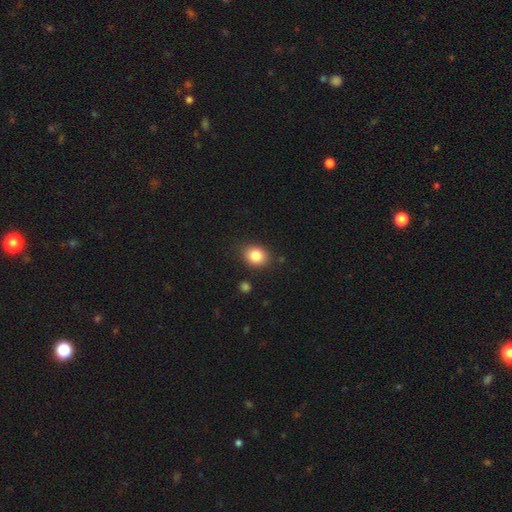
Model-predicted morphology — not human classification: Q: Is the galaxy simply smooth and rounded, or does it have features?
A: smooth — 84%.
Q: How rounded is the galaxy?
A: round — 52%.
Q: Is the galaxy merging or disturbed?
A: none — 84%.